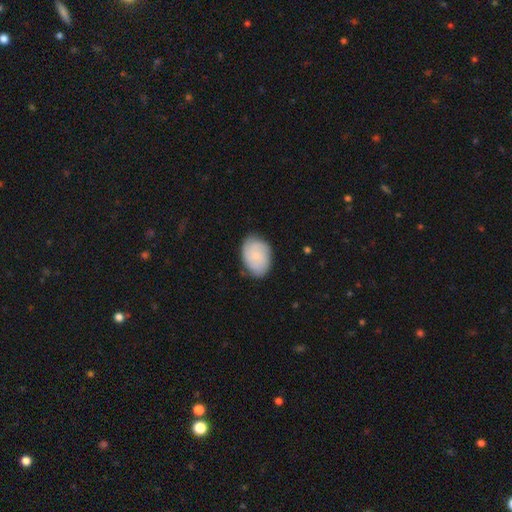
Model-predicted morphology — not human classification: Overall: smooth (51%; featured or disk 42%). How rounded: in between (78%). Merging: none (75%).